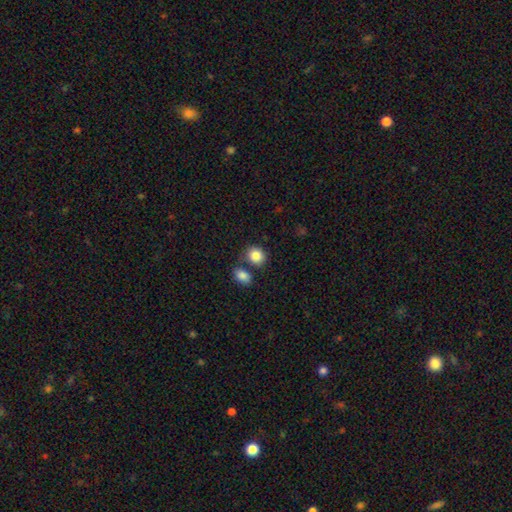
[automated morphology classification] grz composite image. It shows a smooth galaxy with no disk features (86%) that is round (68%). Merging: none (62%).